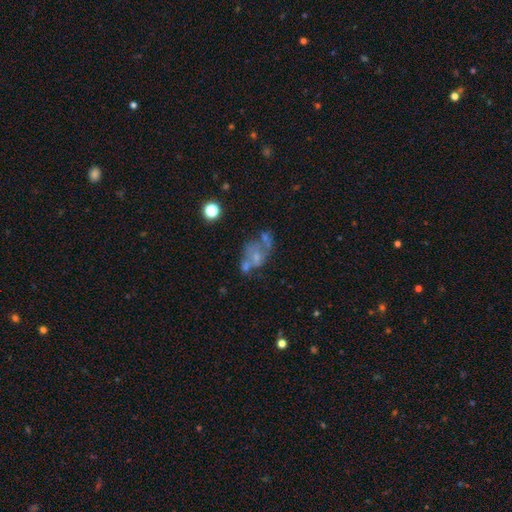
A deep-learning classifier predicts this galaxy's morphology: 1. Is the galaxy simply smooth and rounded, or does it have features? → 51% featured or disk, 32% smooth, 16% star or artifact.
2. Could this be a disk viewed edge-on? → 97% no, 3% yes.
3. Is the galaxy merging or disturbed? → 33% merger, 28% none, 22% major disturbance, 17% minor disturbance.